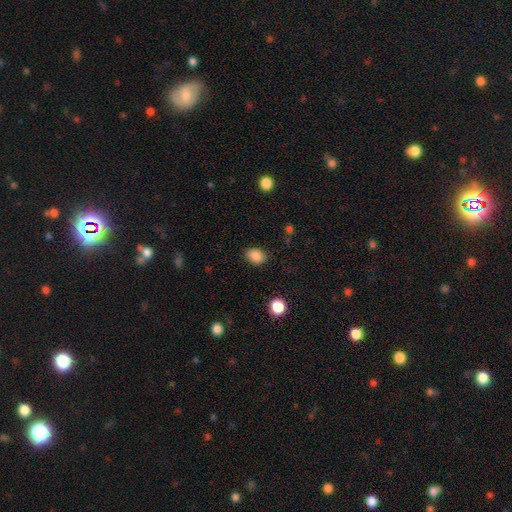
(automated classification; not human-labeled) Morphology: type=smooth (87%); roundness=in between (59%); merging=none (85%).